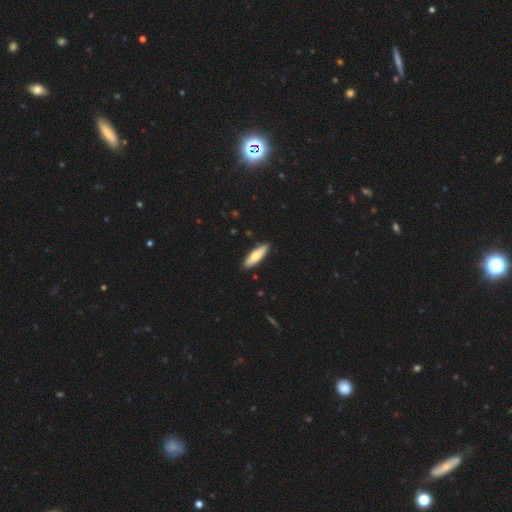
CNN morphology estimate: Smooth or featured: smooth — 67% (featured or disk — 28%)
How rounded: cigar-shaped — 60% (in between — 38%)
Merging: none — 90% (minor disturbance — 7%)